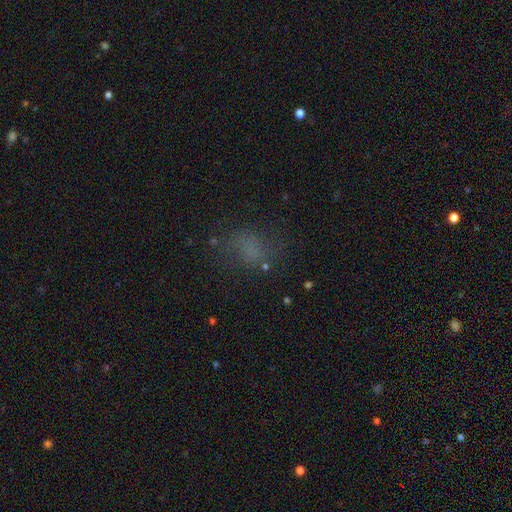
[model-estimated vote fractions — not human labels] smooth-or-featured: smooth: 59% | star or artifact: 24% | featured or disk: 17%
  how-rounded: in between: 60% | round: 37% | cigar-shaped: 3%
  merging: none: 63% | minor disturbance: 19% | major disturbance: 15% | merger: 3%